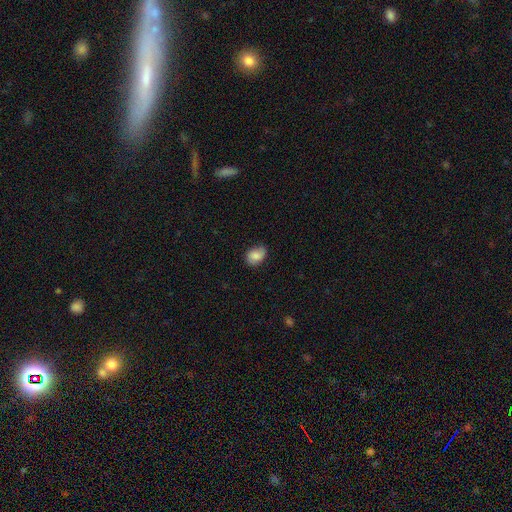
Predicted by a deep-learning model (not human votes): Smooth or featured?
  - smooth: 81% *
  - featured or disk: 11%
  - star or artifact: 8%
How rounded?
  - in between: 71% *
  - round: 28%
  - cigar-shaped: 1%
Merging?
  - none: 70% *
  - minor disturbance: 24%
  - major disturbance: 5%
  - merger: 1%